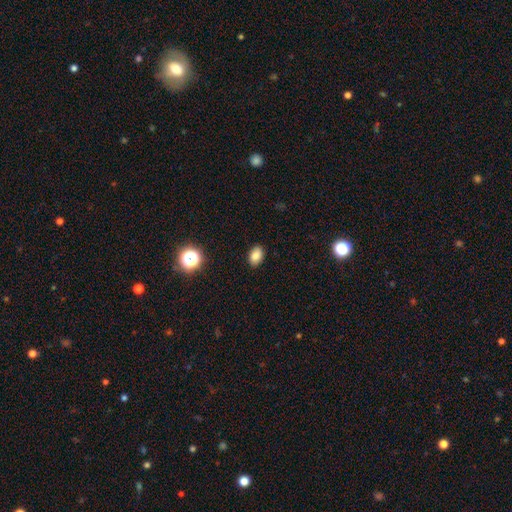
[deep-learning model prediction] A smooth galaxy with no disk features (82%) that is in between round and cigar-shaped (85%). Merging: none (88%).